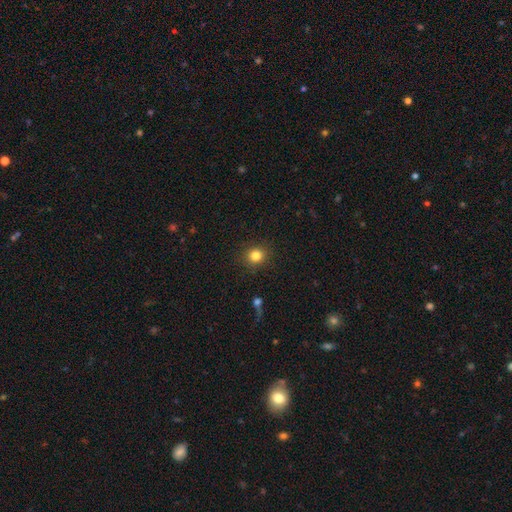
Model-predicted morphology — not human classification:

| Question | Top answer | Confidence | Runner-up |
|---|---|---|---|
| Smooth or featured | smooth | 83% | star or artifact (12%) |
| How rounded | round | 85% | in between (14%) |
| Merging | none | 89% | minor disturbance (7%) |